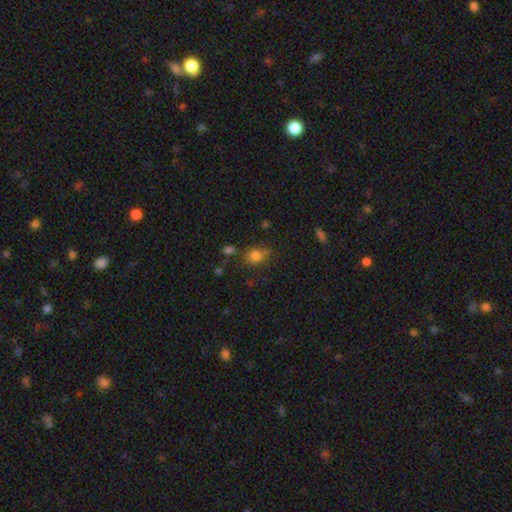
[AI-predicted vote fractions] A smooth galaxy with no disk features (80%) that is in between round and cigar-shaped (55%). Merging: none (67%).